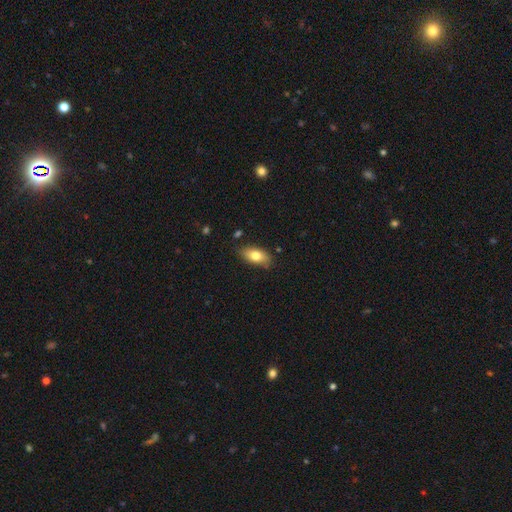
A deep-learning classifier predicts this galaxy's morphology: smooth_or_featured: smooth (p=0.76) [alt: featured or disk p=0.17]
how_rounded: in between (p=0.88) [alt: cigar-shaped p=0.07]
merging: none (p=0.79) [alt: minor disturbance p=0.16]